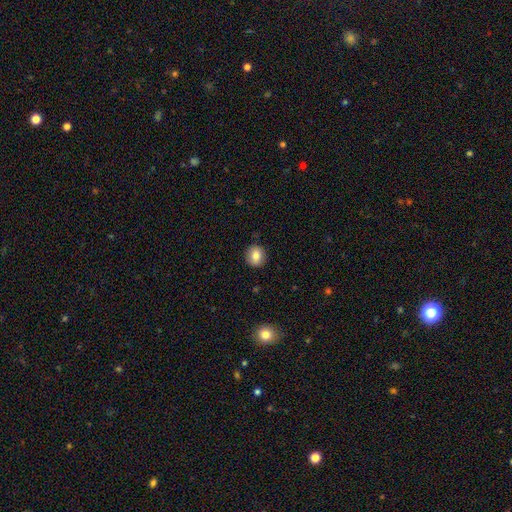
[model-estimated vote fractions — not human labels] Q: Smooth or featured?
A: smooth (82%); runner-up: star or artifact (9%)
Q: How rounded?
A: round (82%); runner-up: in between (17%)
Q: Merging?
A: none (89%); runner-up: minor disturbance (8%)